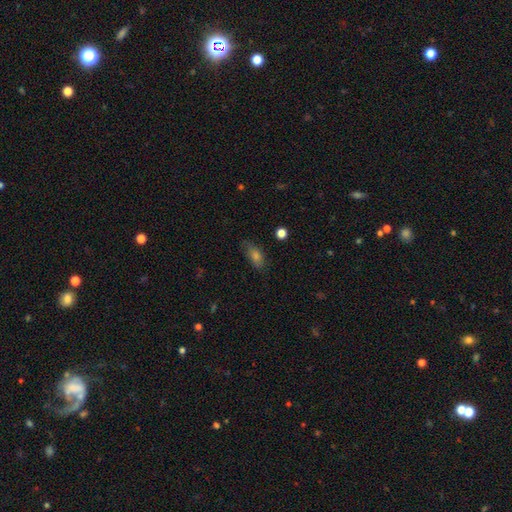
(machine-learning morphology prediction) smooth_or_featured: smooth (p=0.65) [alt: star or artifact p=0.19]
how_rounded: in between (p=0.80) [alt: cigar-shaped p=0.11]
merging: none (p=0.76) [alt: minor disturbance p=0.18]